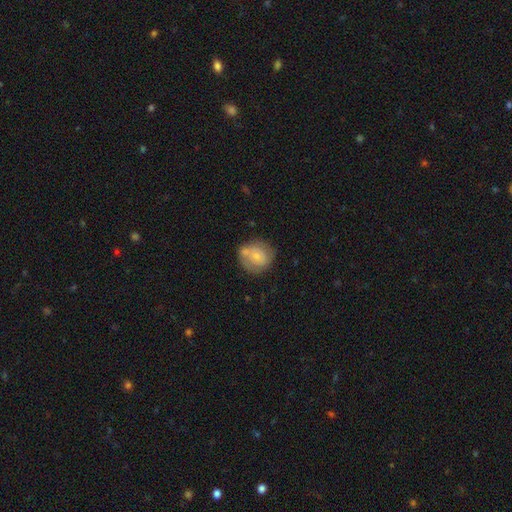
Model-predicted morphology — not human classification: This appears to be a smooth galaxy with no disk features (55%) that is round (81%). Merging: none (55%).